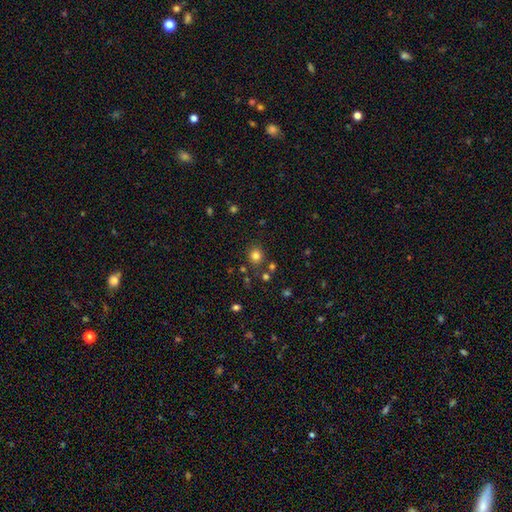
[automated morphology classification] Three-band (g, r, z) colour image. It shows a smooth galaxy with no disk features (79%) that is round (83%). Merging: none (82%).